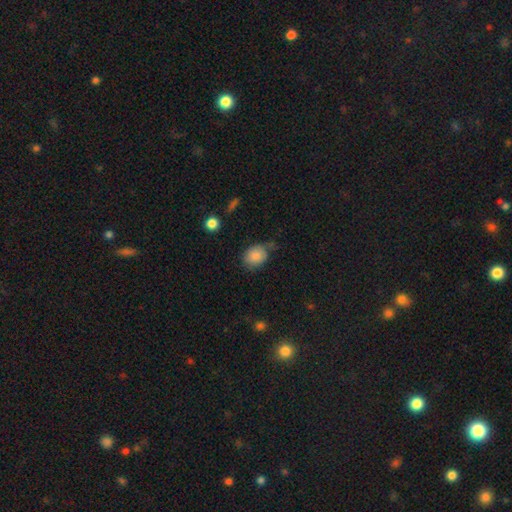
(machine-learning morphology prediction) smooth 84%, featured or disk 8%, star or artifact 8%. Down the decision tree: how rounded — in between (57%); merging — none (59%).